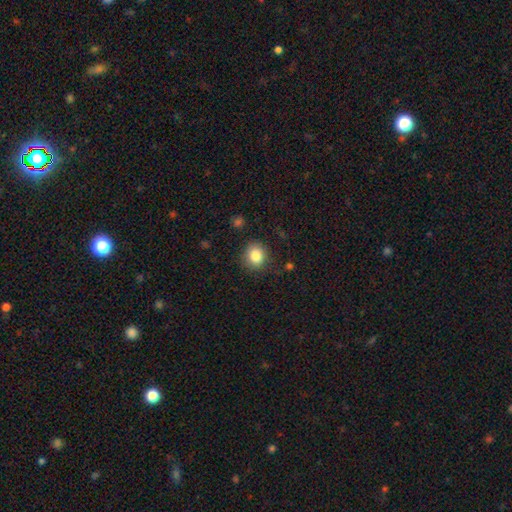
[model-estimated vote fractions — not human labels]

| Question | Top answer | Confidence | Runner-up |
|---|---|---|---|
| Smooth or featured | smooth | 85% | star or artifact (9%) |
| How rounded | round | 73% | in between (26%) |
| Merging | none | 84% | minor disturbance (11%) |